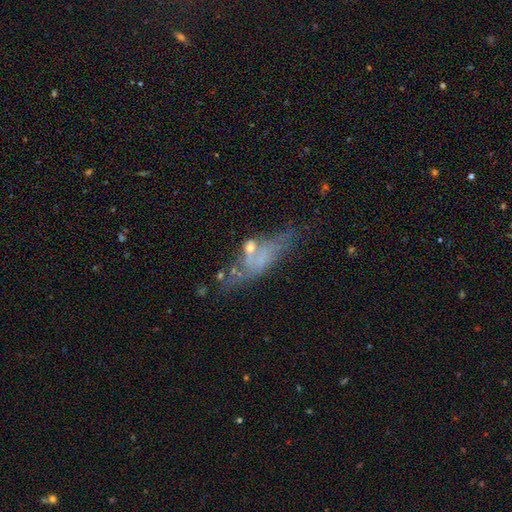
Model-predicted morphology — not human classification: Smooth or featured?
  - featured or disk: 50% *
  - smooth: 32%
  - star or artifact: 18%
Merging?
  - none: 54% *
  - minor disturbance: 22%
  - major disturbance: 16%
  - merger: 8%